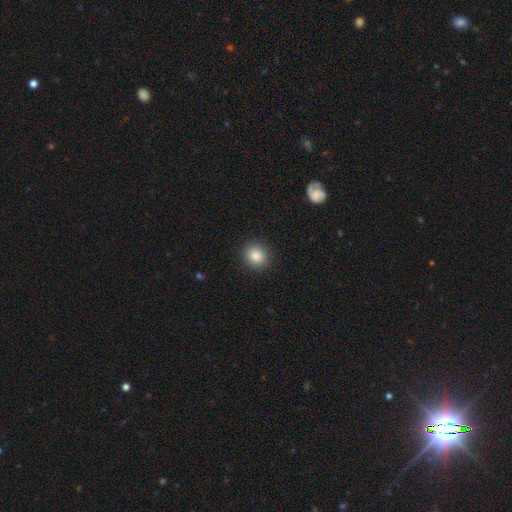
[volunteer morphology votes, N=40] A smooth galaxy with no disk features (80%) that is round (84%). Merging: none (94%).